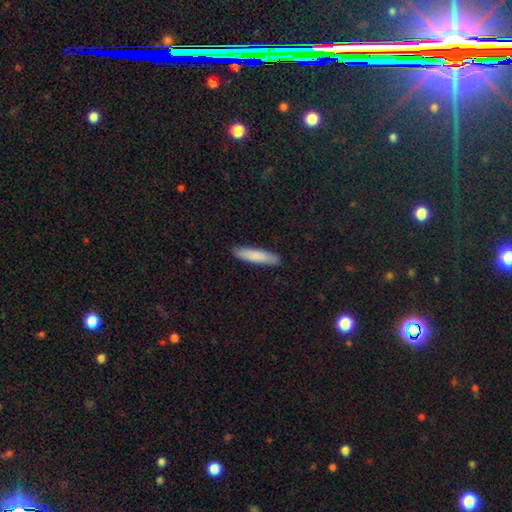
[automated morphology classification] smooth 83%, featured or disk 12%, star or artifact 5%. Down the decision tree: how rounded — cigar-shaped (85%); merging — none (89%).